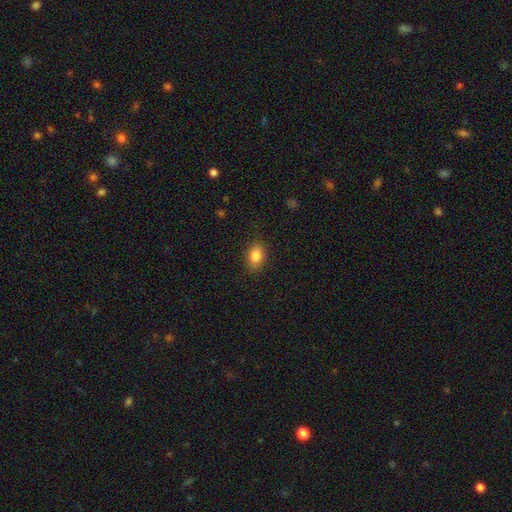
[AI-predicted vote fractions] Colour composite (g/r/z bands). It shows a smooth galaxy with no disk features (85%) that is in between round and cigar-shaped (75%). Merging: none (85%).